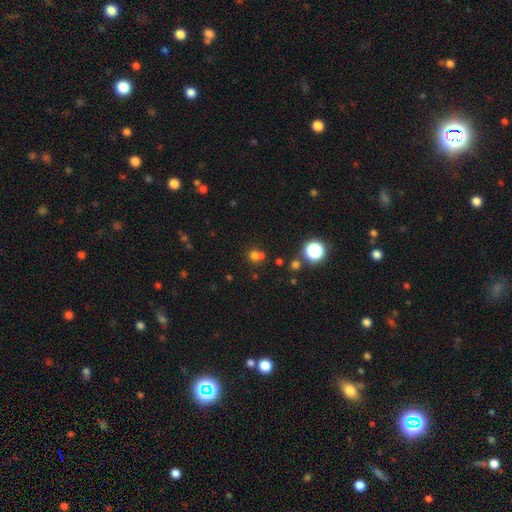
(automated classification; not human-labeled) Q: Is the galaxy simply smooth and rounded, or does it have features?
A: smooth — 66%.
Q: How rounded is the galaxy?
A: round — 82%.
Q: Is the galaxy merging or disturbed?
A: none — 53%.